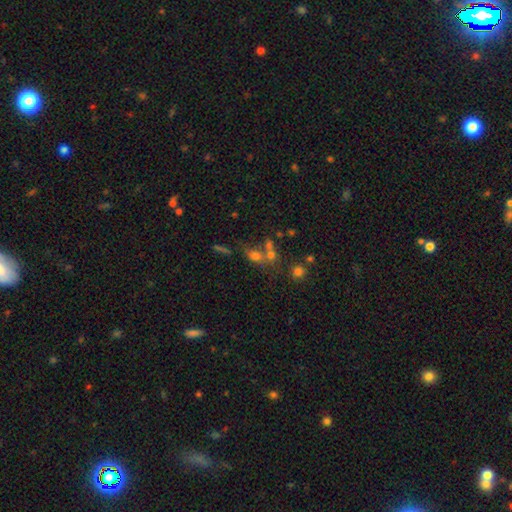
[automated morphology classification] Smooth or featured? Predicted: smooth (p=0.60). How rounded? Predicted: round (p=0.49). Merging? Predicted: merger (p=0.49).